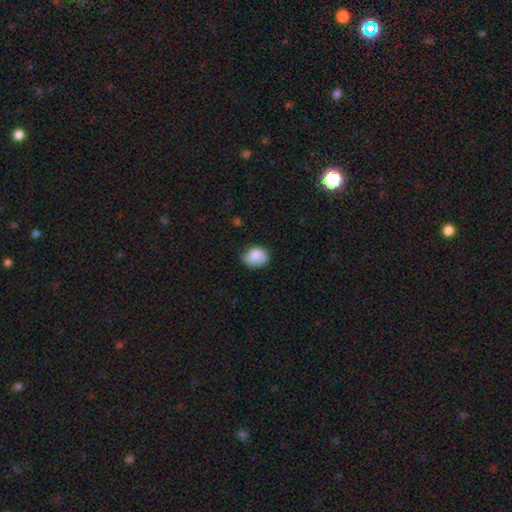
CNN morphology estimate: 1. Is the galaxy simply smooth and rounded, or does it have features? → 86% smooth, 7% star or artifact, 6% featured or disk.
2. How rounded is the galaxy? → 53% in between, 46% round, 1% cigar-shaped.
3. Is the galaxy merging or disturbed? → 58% none, 34% minor disturbance, 6% major disturbance, 2% merger.